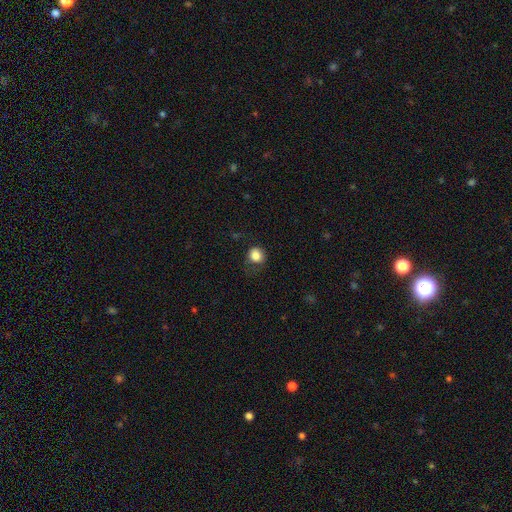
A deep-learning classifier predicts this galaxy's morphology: smooth 84%, star or artifact 11%, featured or disk 6%. Down the decision tree: how rounded — round (83%); merging — none (69%).